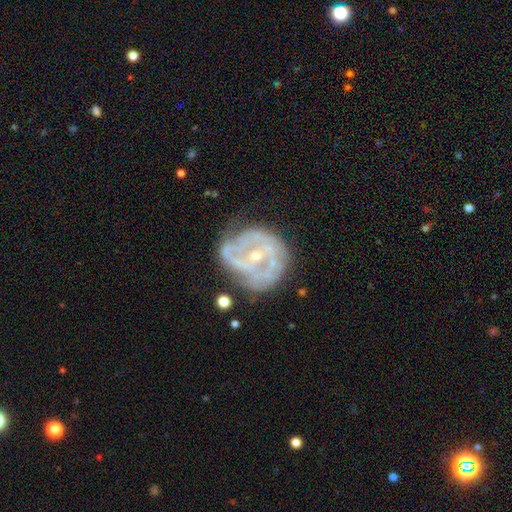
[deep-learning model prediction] smooth-or-featured: featured or disk: 81% | smooth: 11% | star or artifact: 8%
  disk-edge-on: no: 97% | yes: 3%
    bar: no: 56% | weak: 29% | strong: 15%
    has-spiral-arms: yes: 77% | no: 23%
      spiral-winding: tight: 53% | medium: 33% | loose: 14%
      spiral-arm-count: can't tell: 40% | 2: 23% | 3: 19% | 4: 8% | 1: 6% | more than 4: 5%
    bulge-size: small: 72% | moderate: 25% | none: 2% | large: 1% | dominant: 1%
  merging: none: 54% | minor disturbance: 25% | major disturbance: 17% | merger: 3%